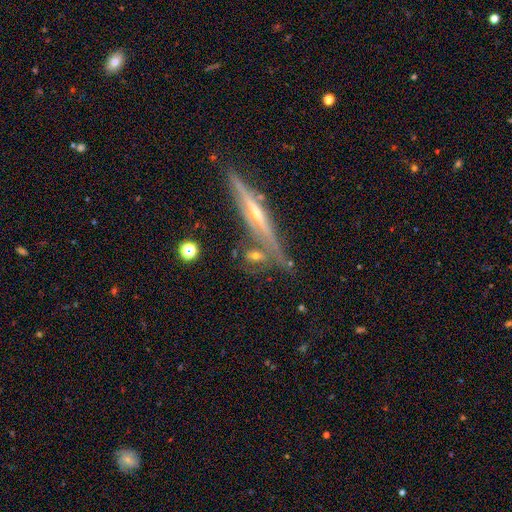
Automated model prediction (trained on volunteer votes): Smooth or featured? Predicted: featured or disk (p=0.53). Edge-on disk? Predicted: yes (p=0.74). Merging? Predicted: none (p=0.59).